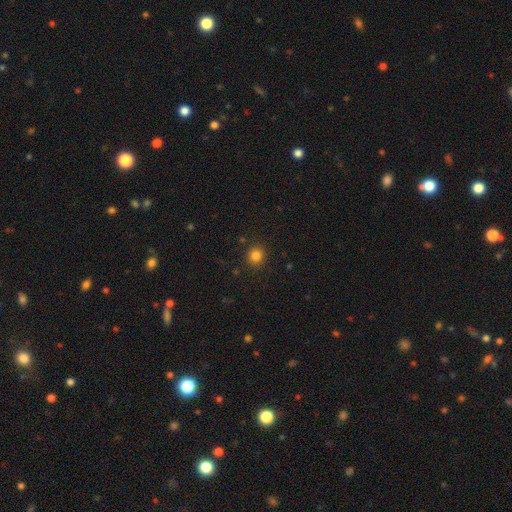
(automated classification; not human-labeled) A smooth galaxy with no disk features (82%) that is round (91%). Merging: none (89%).